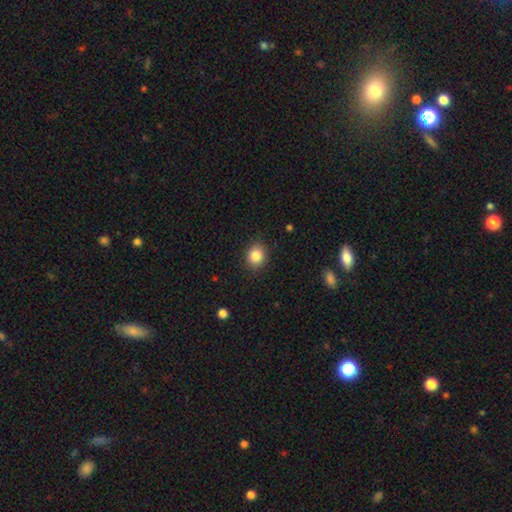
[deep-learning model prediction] smooth-or-featured: smooth: 85% | star or artifact: 10% | featured or disk: 5%
  how-rounded: round: 65% | in between: 35% | cigar-shaped: 1%
  merging: none: 88% | minor disturbance: 8% | major disturbance: 2% | merger: 1%